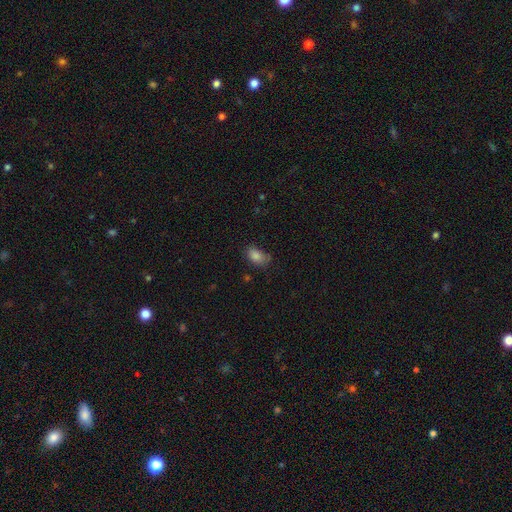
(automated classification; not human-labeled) smooth_or_featured: smooth (p=0.84) [alt: star or artifact p=0.09]
how_rounded: in between (p=0.88) [alt: round p=0.10]
merging: none (p=0.63) [alt: minor disturbance p=0.27]